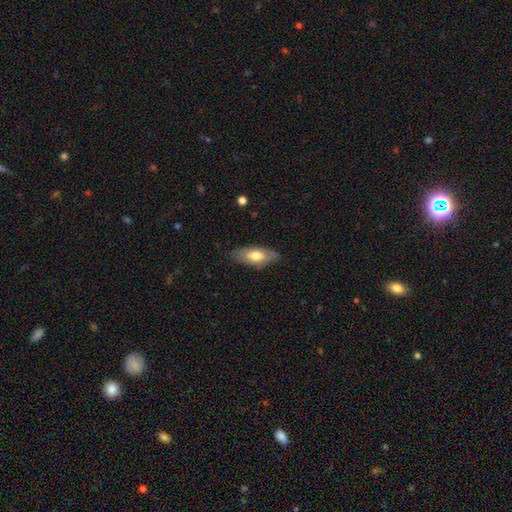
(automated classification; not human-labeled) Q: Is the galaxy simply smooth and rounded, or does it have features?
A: smooth — 65%.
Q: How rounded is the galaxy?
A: in between — 82%.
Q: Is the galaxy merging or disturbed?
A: none — 80%.